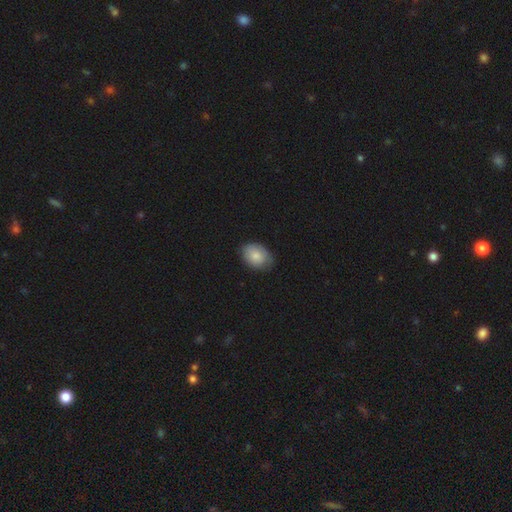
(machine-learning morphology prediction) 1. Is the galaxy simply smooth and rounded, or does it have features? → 83% smooth, 11% featured or disk, 7% star or artifact.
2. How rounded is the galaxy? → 74% in between, 25% round, 1% cigar-shaped.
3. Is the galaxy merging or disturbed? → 76% none, 20% minor disturbance, 3% major disturbance, 1% merger.